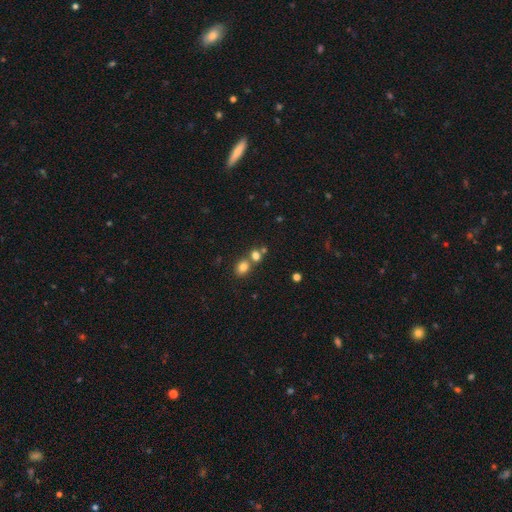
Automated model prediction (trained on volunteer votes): This is likely a smooth galaxy (77%). How rounded: likely round (60%). Merging: possibly none (53%).